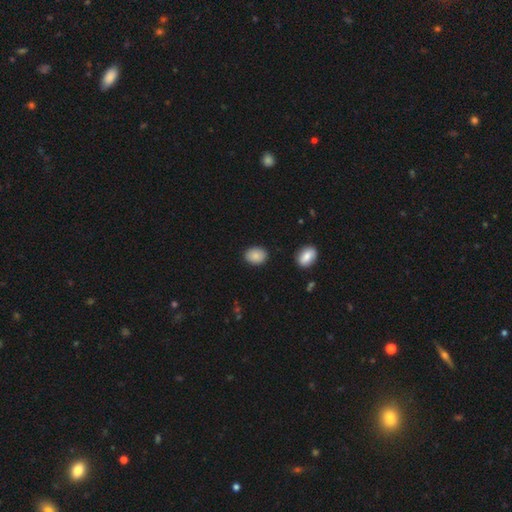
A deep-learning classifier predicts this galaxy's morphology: The model was most divided on "how rounded": in between: 66%, round: 33%, cigar-shaped: 1%. More confident: merging — none (87%); smooth or featured — smooth (87%).